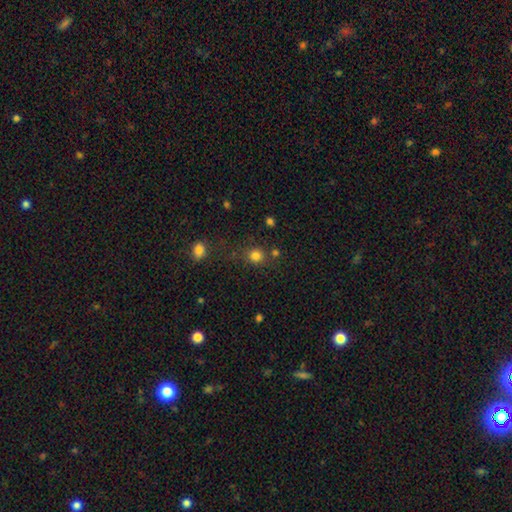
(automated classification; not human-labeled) The model was most divided on "merging": none: 74%, minor disturbance: 11%, merger: 10%, major disturbance: 5%. More confident: how rounded — round (86%); smooth or featured — smooth (81%).